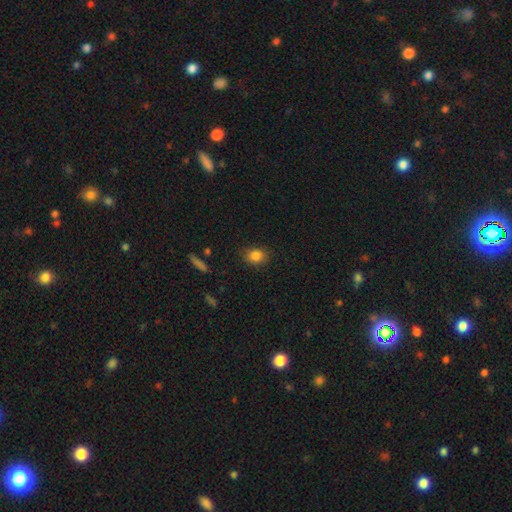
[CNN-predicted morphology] Overall: smooth (84%). How rounded: in between (53%; round 45%). Merging: none (83%).